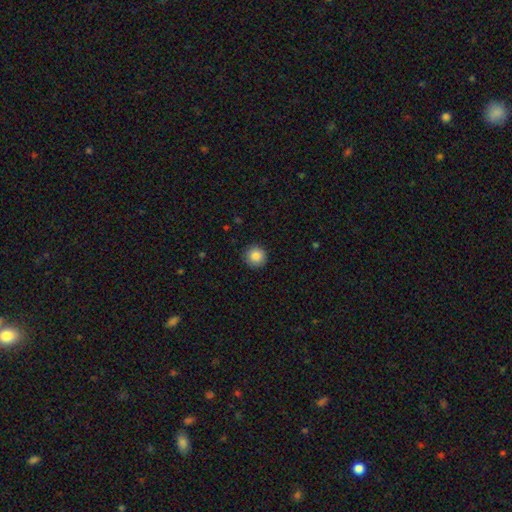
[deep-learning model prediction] This appears to be a smooth galaxy with no disk features (86%) that is round (95%). Merging: none (91%).